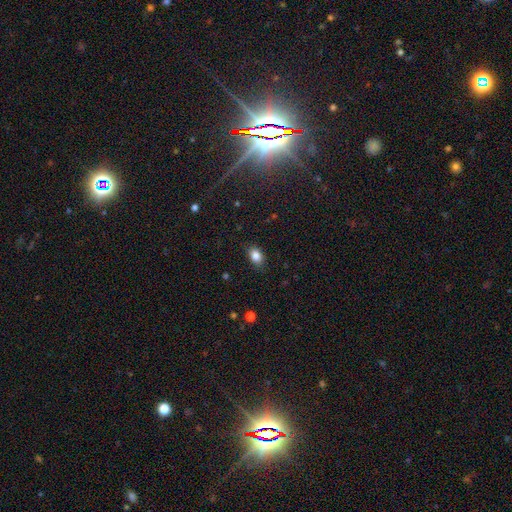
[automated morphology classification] A smooth galaxy with no disk features (84%) that is in between round and cigar-shaped (79%). Merging: none (85%).